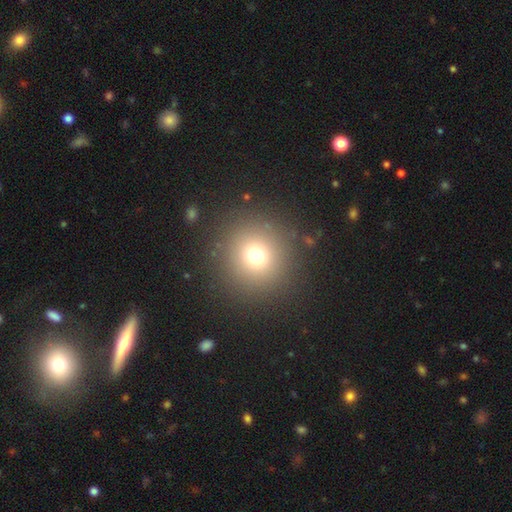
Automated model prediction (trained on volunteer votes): Smooth or featured?
  - smooth: 72% *
  - star or artifact: 19%
  - featured or disk: 10%
How rounded?
  - round: 95% *
  - in between: 4%
  - cigar-shaped: 1%
Merging?
  - none: 88% *
  - minor disturbance: 6%
  - major disturbance: 4%
  - merger: 2%